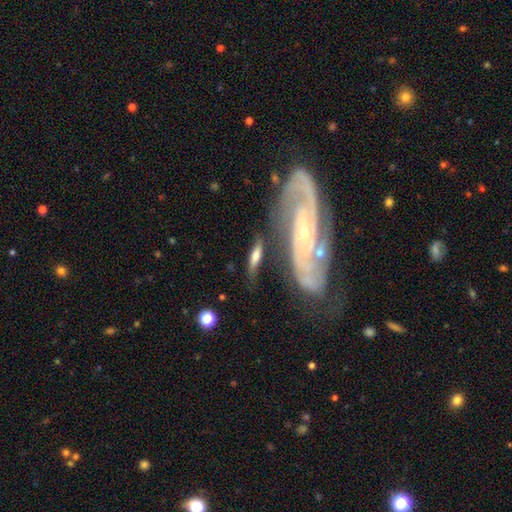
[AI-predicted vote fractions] This appears to be a smooth galaxy with no disk features (50%). Merging: none (60%).